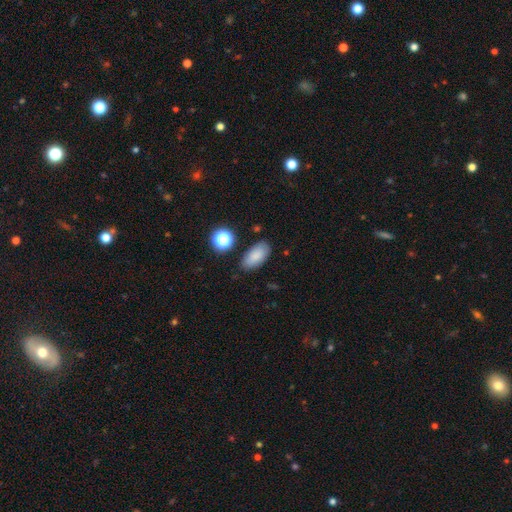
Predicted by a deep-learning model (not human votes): Smooth or featured: smooth — 84% (star or artifact — 9%)
How rounded: in between — 91% (round — 5%)
Merging: none — 80% (minor disturbance — 13%)